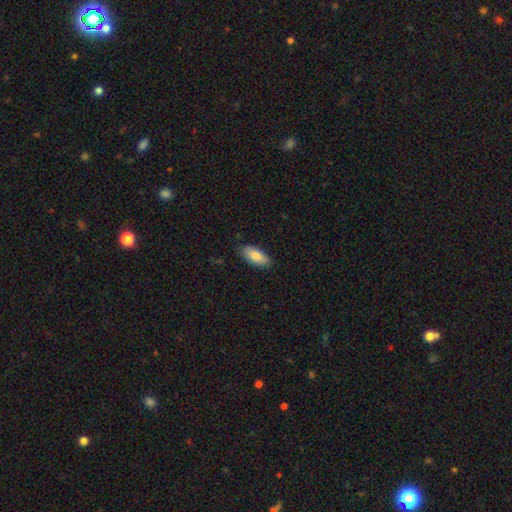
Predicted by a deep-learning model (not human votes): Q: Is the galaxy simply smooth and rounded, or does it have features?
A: smooth — 85%.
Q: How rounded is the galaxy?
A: in between — 89%.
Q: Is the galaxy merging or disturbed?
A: none — 83%.